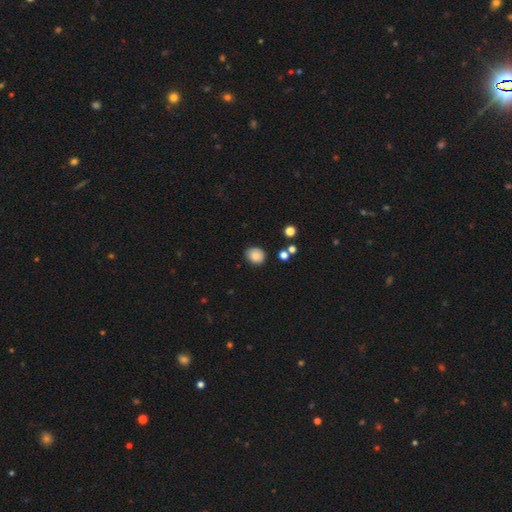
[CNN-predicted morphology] Smooth or featured: smooth — 85% (star or artifact — 10%)
How rounded: round — 65% (in between — 34%)
Merging: none — 82% (minor disturbance — 12%)